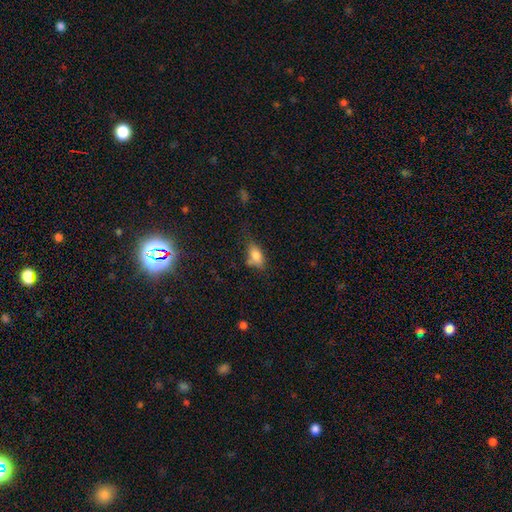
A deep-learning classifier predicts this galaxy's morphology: type=smooth (79%); roundness=in between (86%); merging=none (46%).